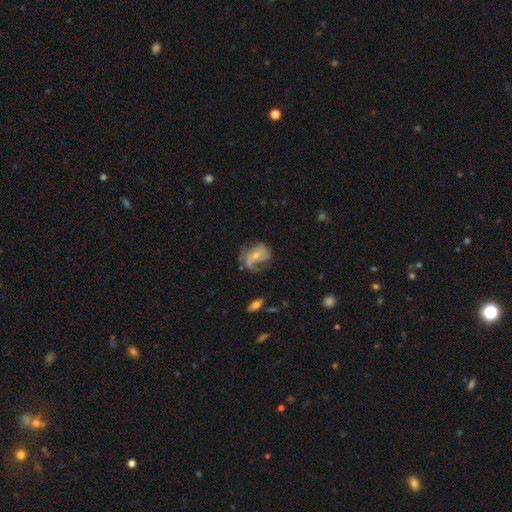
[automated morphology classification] This appears to be a featured or disk galaxy (69%) with no bar (70%), 2 (37%) medium (41%) spiral arms (83%) and a small central bulge (57%). Merging: none (43%).